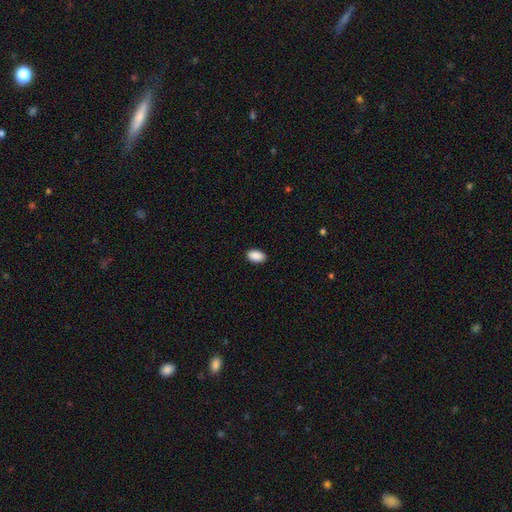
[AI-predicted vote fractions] smooth_or_featured: smooth (p=0.91) [alt: star or artifact p=0.07]
how_rounded: in between (p=0.92) [alt: round p=0.07]
merging: none (p=0.90) [alt: minor disturbance p=0.08]